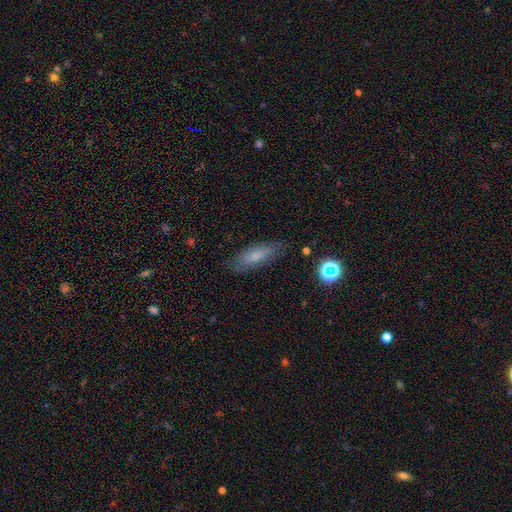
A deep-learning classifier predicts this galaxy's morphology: The model was most divided on "how rounded": in between: 57%, cigar-shaped: 40%, round: 3%. More confident: merging — none (79%); smooth or featured — smooth (61%).